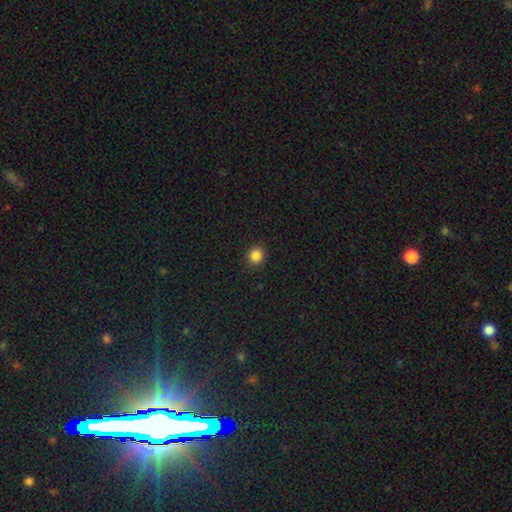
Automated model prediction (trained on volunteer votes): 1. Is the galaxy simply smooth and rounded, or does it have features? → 85% smooth, 12% star or artifact, 3% featured or disk.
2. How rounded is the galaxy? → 91% round, 9% in between, 1% cigar-shaped.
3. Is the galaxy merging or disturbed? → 91% none, 6% minor disturbance, 2% major disturbance, 1% merger.